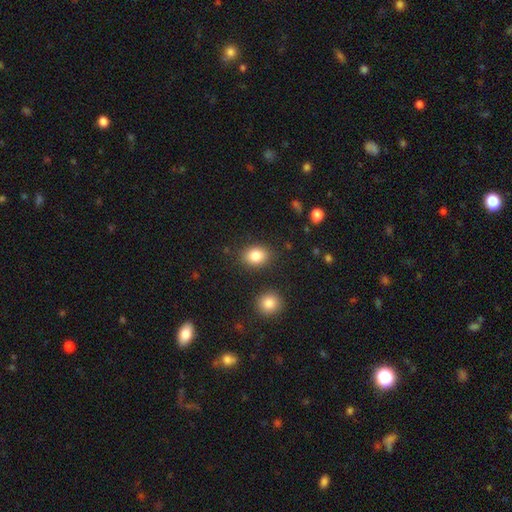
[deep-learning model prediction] smooth-or-featured: smooth: 84% | star or artifact: 9% | featured or disk: 7%
  how-rounded: in between: 62% | round: 37% | cigar-shaped: 1%
  merging: none: 84% | minor disturbance: 10% | merger: 3% | major disturbance: 3%